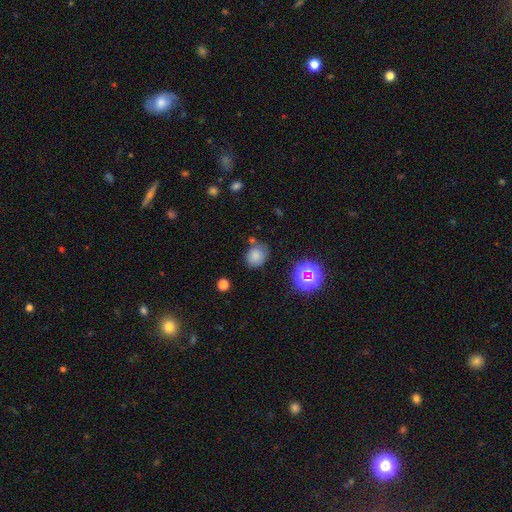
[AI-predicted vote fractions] The model was most divided on "how rounded": round: 73%, in between: 26%, cigar-shaped: 1%. More confident: smooth or featured — smooth (73%); merging — none (68%).